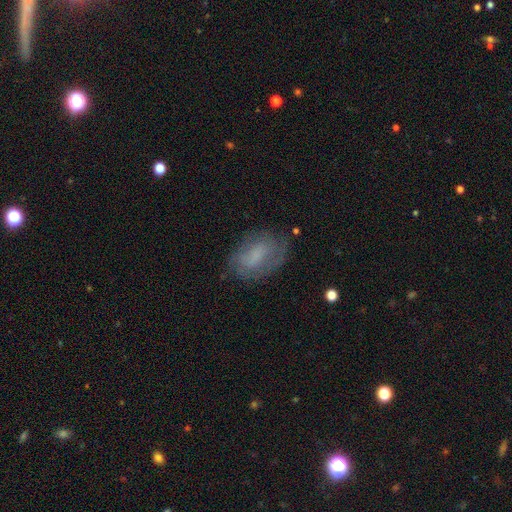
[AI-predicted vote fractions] smooth 53%, featured or disk 38%, star or artifact 9%. Down the decision tree: how rounded — in between (87%); merging — none (63%).